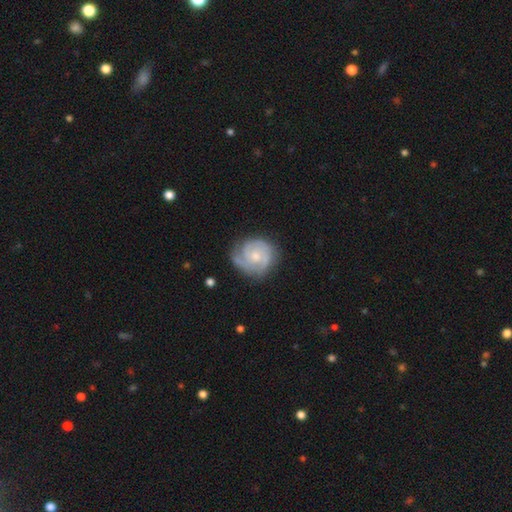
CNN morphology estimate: Smooth or featured? featured or disk (81%)
Edge-on disk? no (98%)
Bar? no (71%)
Spiral arms? yes (96%)
Spiral winding? tight (62%)
Spiral arm count? 3 (37%)
Bulge size? small (48%)
Merging? none (72%)